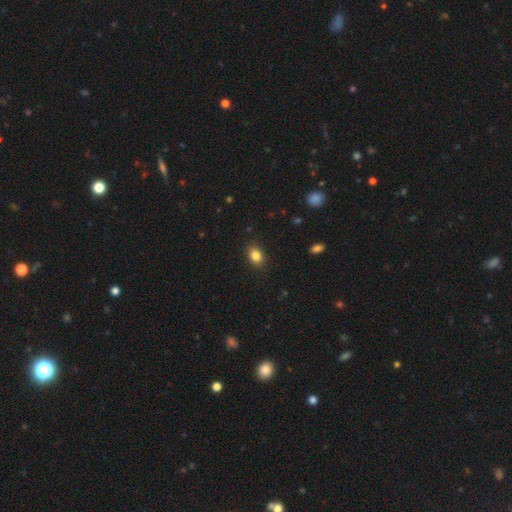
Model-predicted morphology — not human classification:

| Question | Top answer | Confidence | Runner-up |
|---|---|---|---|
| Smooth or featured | smooth | 85% | star or artifact (10%) |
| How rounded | in between | 74% | round (24%) |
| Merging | none | 87% | minor disturbance (10%) |